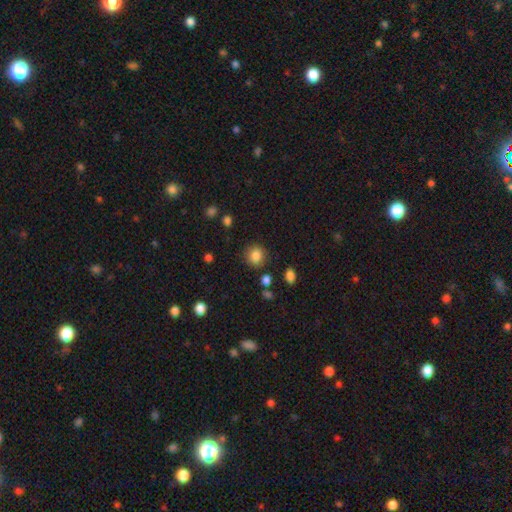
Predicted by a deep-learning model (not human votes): smooth-or-featured: smooth: 85% | star or artifact: 10% | featured or disk: 5%
  how-rounded: round: 79% | in between: 20% | cigar-shaped: 1%
  merging: none: 84% | minor disturbance: 10% | major disturbance: 3% | merger: 3%